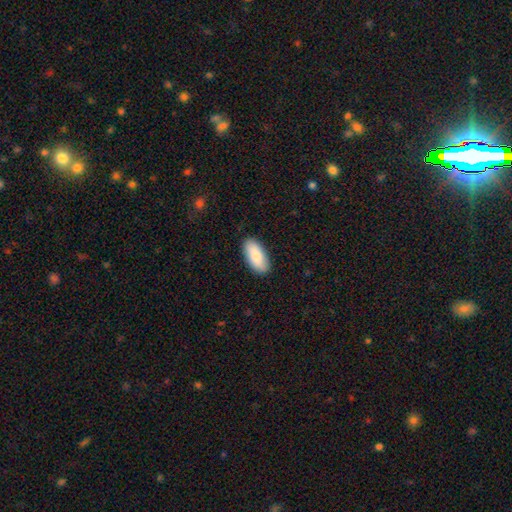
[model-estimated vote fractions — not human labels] A smooth galaxy with no disk features (85%) that is in between round and cigar-shaped (90%). Merging: none (89%).